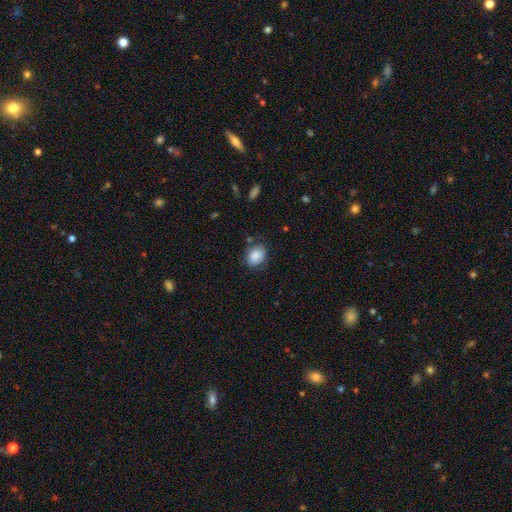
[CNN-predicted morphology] type=smooth (86%); roundness=in between (69%); merging=none (72%).